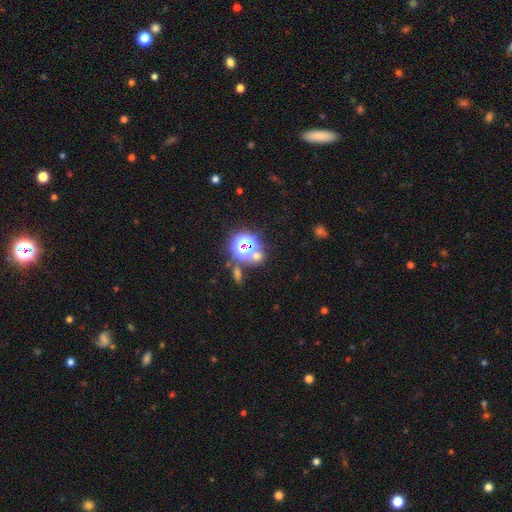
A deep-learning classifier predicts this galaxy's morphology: smooth_or_featured: star or artifact (p=0.49) [alt: smooth p=0.42]